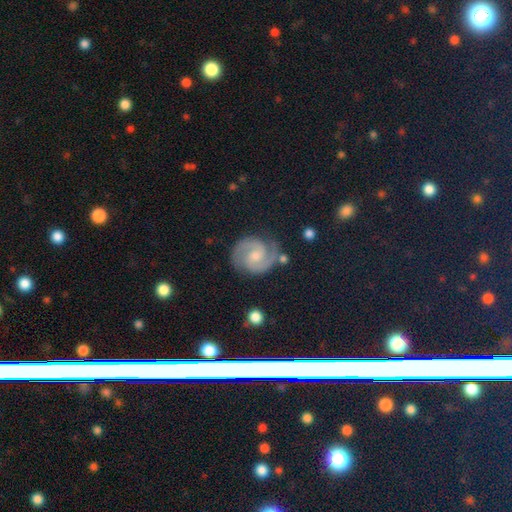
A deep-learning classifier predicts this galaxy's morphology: smooth-or-featured: featured or disk: 89% | smooth: 6% | star or artifact: 5%
  disk-edge-on: no: 98% | yes: 2%
    bar: no: 47% | weak: 44% | strong: 9%
    has-spiral-arms: yes: 98% | no: 2%
      spiral-winding: medium: 49% | tight: 44% | loose: 7%
      spiral-arm-count: 2: 93% | can't tell: 2% | 3: 2% | 1: 1% | 4: 1% | more than 4: 1%
    bulge-size: moderate: 46% | small: 37% | none: 11% | large: 5% | dominant: 1%
  merging: none: 80% | minor disturbance: 14% | major disturbance: 4% | merger: 3%